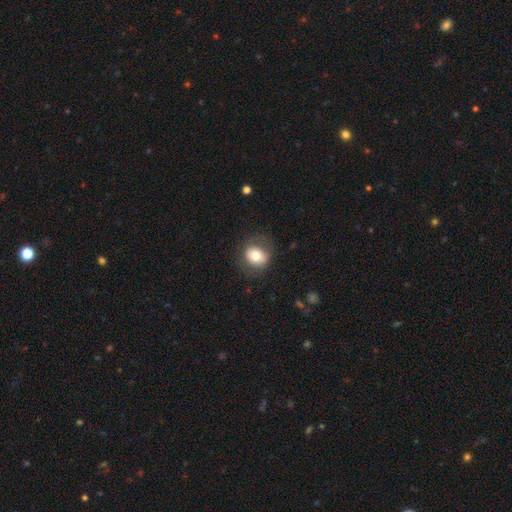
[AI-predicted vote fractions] Smooth or featured?
  - smooth: 72% *
  - featured or disk: 19%
  - star or artifact: 8%
How rounded?
  - round: 65% *
  - in between: 34%
  - cigar-shaped: 1%
Merging?
  - none: 75% *
  - minor disturbance: 16%
  - major disturbance: 9%
  - merger: 1%